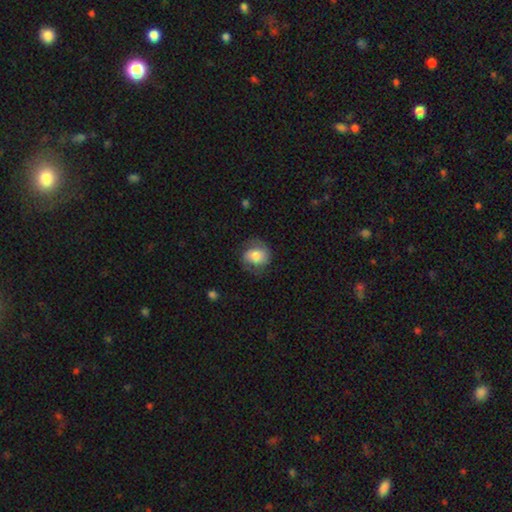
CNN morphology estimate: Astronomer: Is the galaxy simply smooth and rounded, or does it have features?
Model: smooth — 50% (runner-up: featured or disk, 43%).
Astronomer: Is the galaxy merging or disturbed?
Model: none — 66%.